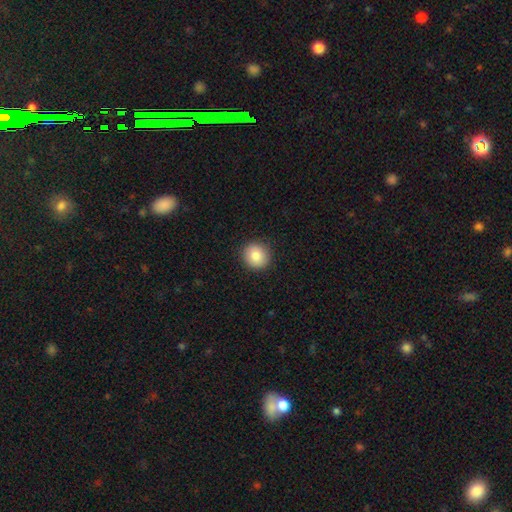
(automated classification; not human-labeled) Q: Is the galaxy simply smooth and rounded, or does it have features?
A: smooth — 84%.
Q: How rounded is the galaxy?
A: round — 93%.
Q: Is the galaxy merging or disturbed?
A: none — 91%.